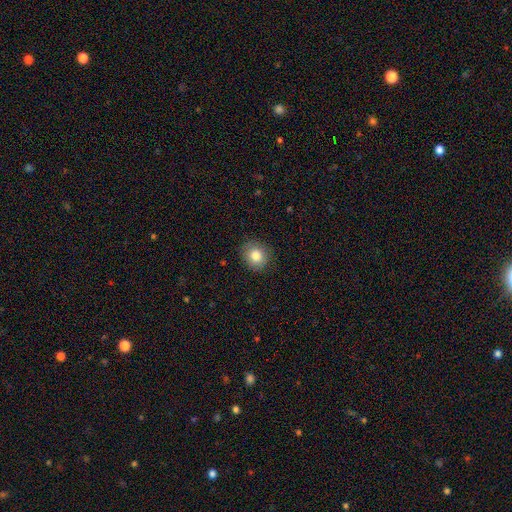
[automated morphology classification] smooth 82%, star or artifact 10%, featured or disk 8%. Down the decision tree: how rounded — round (79%); merging — none (87%).